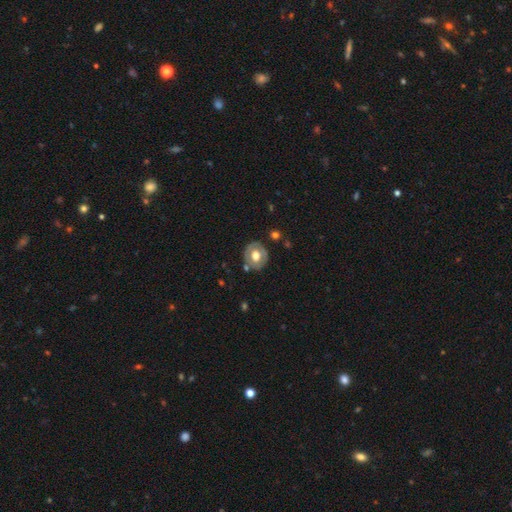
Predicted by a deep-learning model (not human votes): Smooth or featured?
  - featured or disk: 47% * (tied)
  - smooth: 47% * (tied)
  - star or artifact: 6%
Merging?
  - none: 77% *
  - minor disturbance: 15%
  - major disturbance: 4%
  - merger: 4%